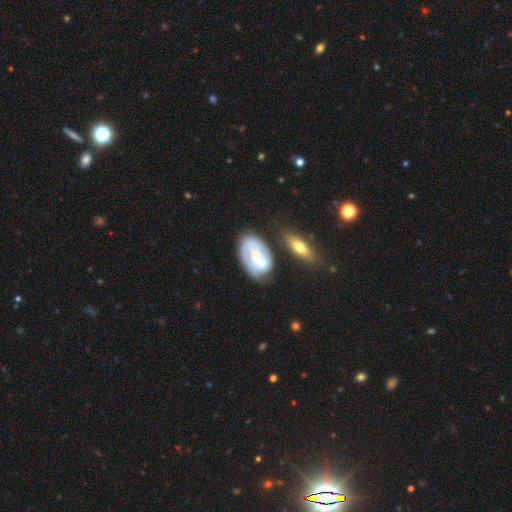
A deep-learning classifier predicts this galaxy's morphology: Smooth or featured? Predicted: featured or disk (p=0.52). Edge-on disk? Predicted: no (p=0.93). Merging? Predicted: merger (p=0.37).